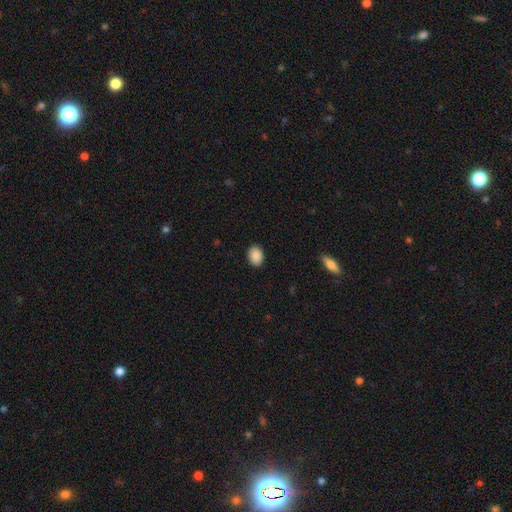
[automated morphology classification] smooth 90%, star or artifact 8%, featured or disk 3%. Down the decision tree: how rounded — in between (71%); merging — none (90%).